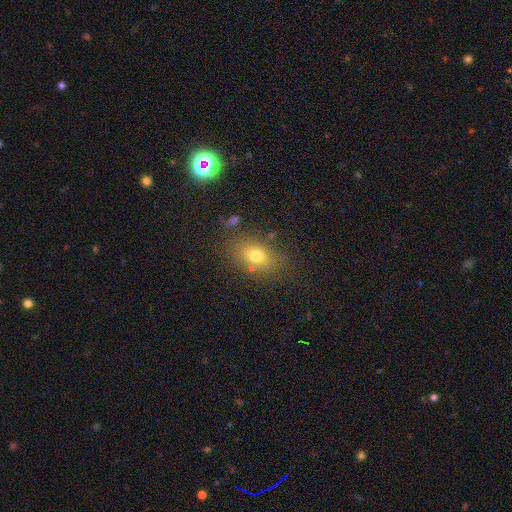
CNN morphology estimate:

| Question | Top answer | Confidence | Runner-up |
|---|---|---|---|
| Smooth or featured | smooth | 73% | star or artifact (14%) |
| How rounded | in between | 75% | round (23%) |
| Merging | none | 77% | minor disturbance (13%) |